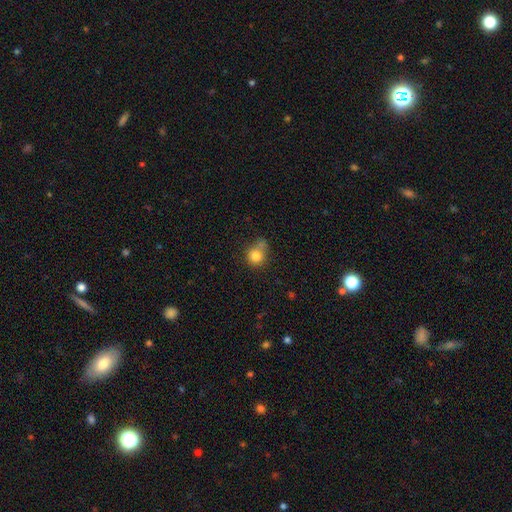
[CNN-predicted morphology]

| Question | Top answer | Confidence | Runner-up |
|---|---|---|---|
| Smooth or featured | smooth | 81% | star or artifact (11%) |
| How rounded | round | 79% | in between (20%) |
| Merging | none | 45% | minor disturbance (24%) |